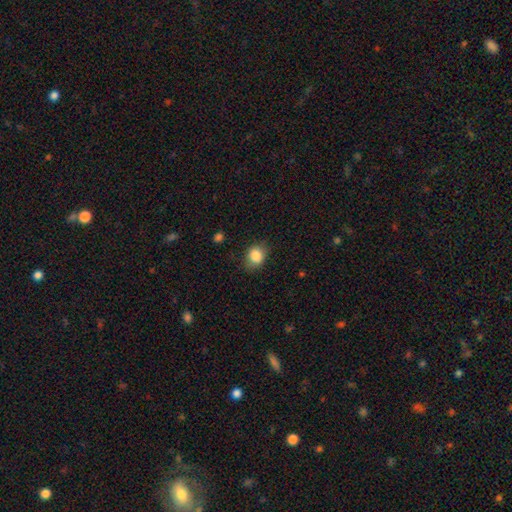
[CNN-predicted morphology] smooth_or_featured: smooth (p=0.85) [alt: star or artifact p=0.09]
how_rounded: in between (p=0.51) [alt: round p=0.48]
merging: none (p=0.79) [alt: minor disturbance p=0.16]